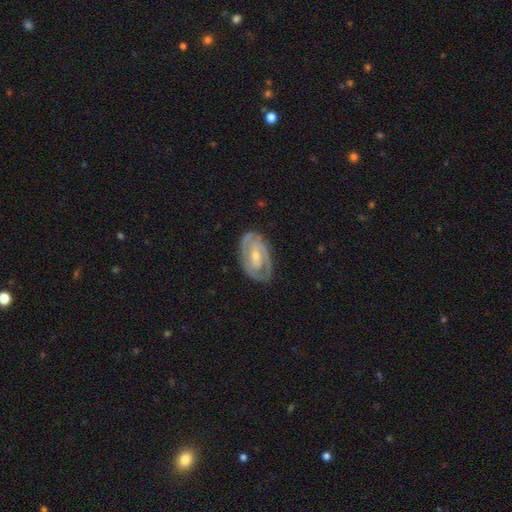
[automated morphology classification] Q: Smooth or featured?
A: featured or disk (83%); runner-up: smooth (12%)
Q: Edge-on disk?
A: no (96%); runner-up: yes (4%)
Q: Bar?
A: weak (45%); runner-up: no (31%)
Q: Spiral arms?
A: yes (90%); runner-up: no (10%)
Q: Spiral winding?
A: tight (62%); runner-up: medium (31%)
Q: Spiral arm count?
A: 2 (73%); runner-up: can't tell (14%)
Q: Bulge size?
A: small (51%); runner-up: moderate (45%)
Q: Merging?
A: none (80%); runner-up: minor disturbance (15%)